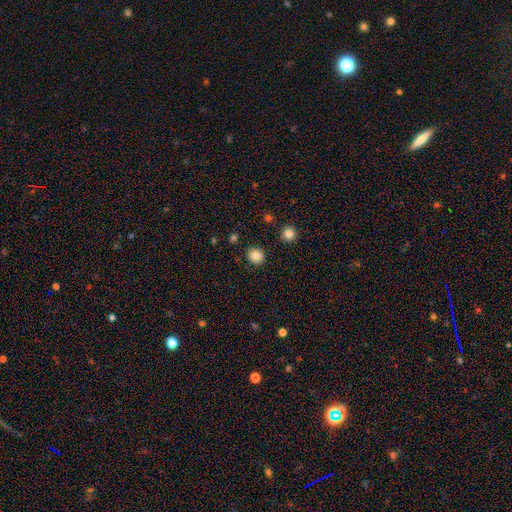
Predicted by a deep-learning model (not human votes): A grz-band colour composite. It shows a smooth galaxy with no disk features (84%) that is round (82%). Merging: none (89%).